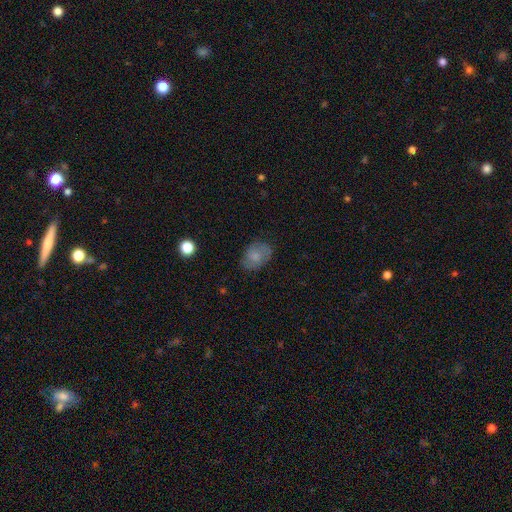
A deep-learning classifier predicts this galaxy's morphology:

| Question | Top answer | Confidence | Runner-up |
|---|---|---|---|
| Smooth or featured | smooth | 68% | featured or disk (24%) |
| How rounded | in between | 73% | round (26%) |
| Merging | none | 76% | minor disturbance (18%) |